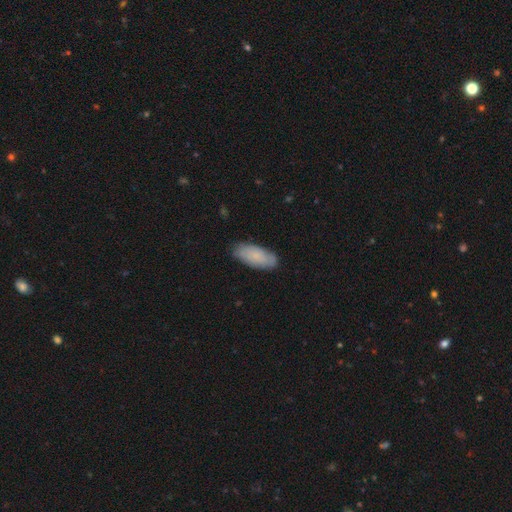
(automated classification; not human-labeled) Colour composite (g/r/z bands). It shows a smooth galaxy with no disk features (76%) that is in between round and cigar-shaped (82%). Merging: none (81%).